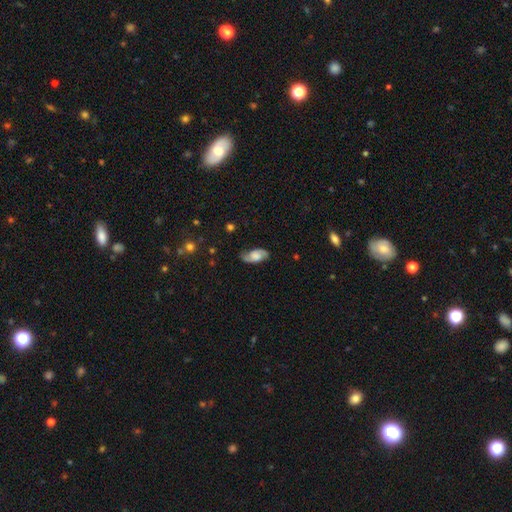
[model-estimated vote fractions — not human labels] A featured or disk galaxy (55%) with no bar (63%), spiral arms (89%) and a large central bulge (36%).

Vote fractions:
- Smooth or featured? featured or disk: 55% / smooth: 37% / star or artifact: 8%
- Edge-on disk? no: 91% / yes: 9%
- Bar? no: 63% / weak: 30% / strong: 7%
- Spiral arms? yes: 89% / no: 11%
- Bulge size? large: 36% / moderate: 23% / none: 21% / small: 14% / dominant: 6%
- Merging? none: 75% / minor disturbance: 19% / major disturbance: 5% / merger: 1%